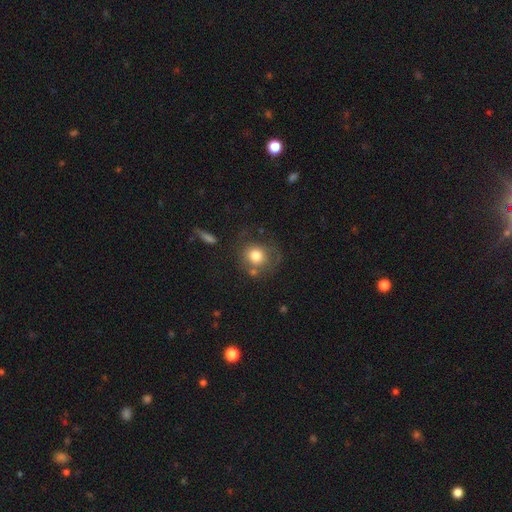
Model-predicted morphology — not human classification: smooth-or-featured: smooth: 76% | featured or disk: 14% | star or artifact: 10%
  how-rounded: round: 86% | in between: 14% | cigar-shaped: 1%
  merging: none: 63% | minor disturbance: 18% | major disturbance: 11% | merger: 9%